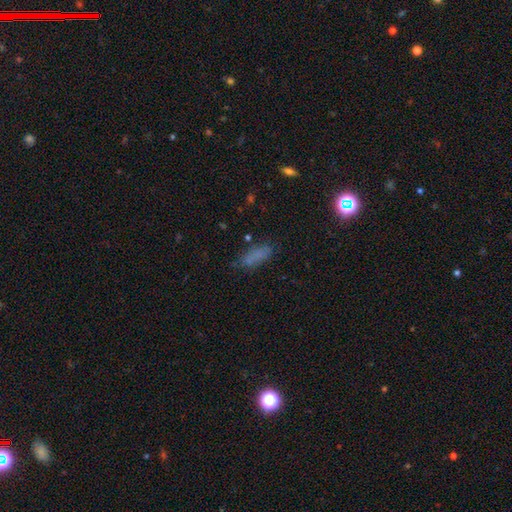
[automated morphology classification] This is likely a smooth galaxy (72%). How rounded: likely in between (64%). Merging: likely none (71%).